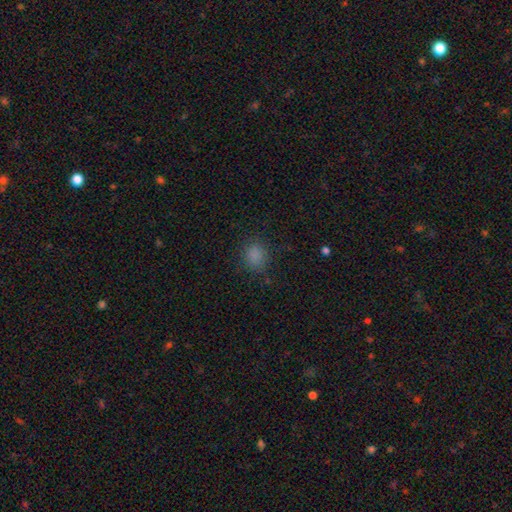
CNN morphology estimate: type=smooth (81%); roundness=round (70%); merging=none (82%).